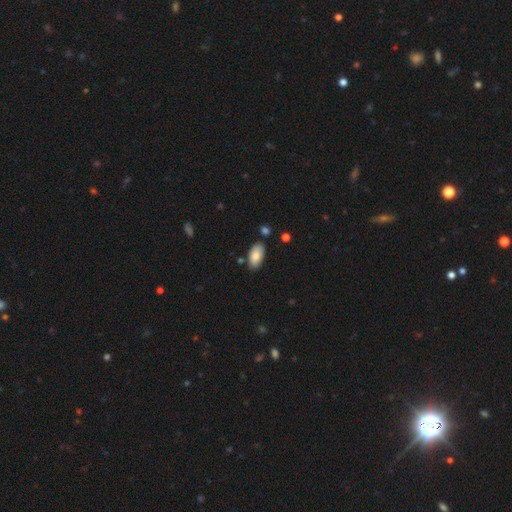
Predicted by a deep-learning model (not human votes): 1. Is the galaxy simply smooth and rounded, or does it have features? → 84% smooth, 10% featured or disk, 6% star or artifact.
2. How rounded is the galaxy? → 95% in between, 3% cigar-shaped, 2% round.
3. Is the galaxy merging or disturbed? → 78% none, 15% minor disturbance, 4% merger, 3% major disturbance.